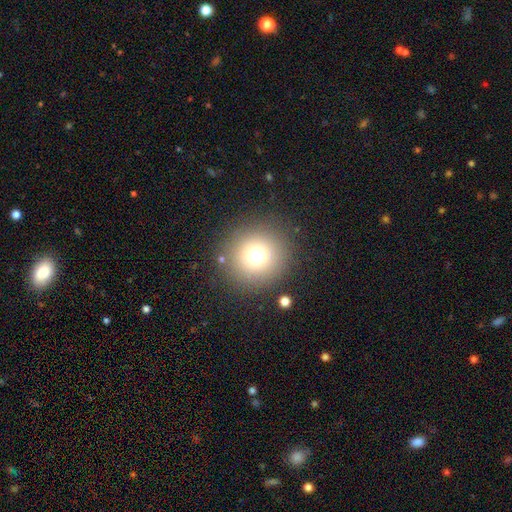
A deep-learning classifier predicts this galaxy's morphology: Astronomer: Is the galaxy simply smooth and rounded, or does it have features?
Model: smooth — 72%.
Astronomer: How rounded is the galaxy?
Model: round — 95%.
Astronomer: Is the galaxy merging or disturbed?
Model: none — 87%.